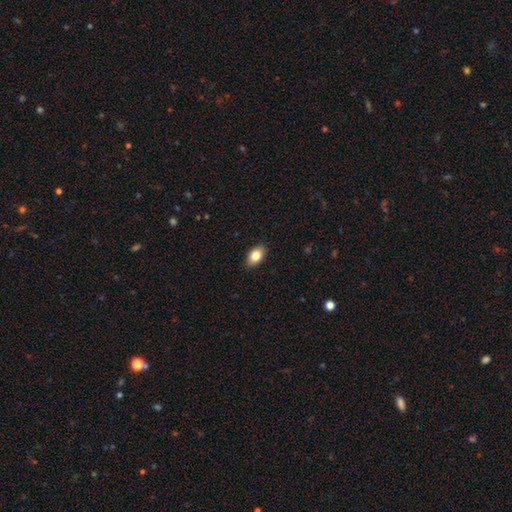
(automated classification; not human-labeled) smooth_or_featured: smooth (p=0.84) [alt: featured or disk p=0.09]
how_rounded: in between (p=0.89) [alt: round p=0.09]
merging: none (p=0.88) [alt: minor disturbance p=0.09]